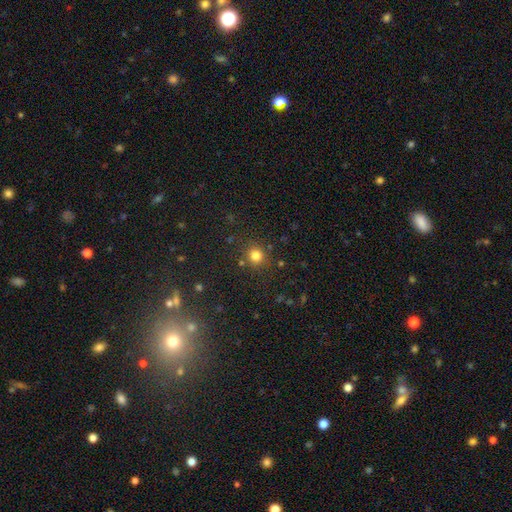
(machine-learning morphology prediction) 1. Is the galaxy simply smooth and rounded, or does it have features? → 80% smooth, 15% star or artifact, 5% featured or disk.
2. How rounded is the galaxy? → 91% round, 8% in between, 1% cigar-shaped.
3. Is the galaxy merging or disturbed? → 84% none, 8% minor disturbance, 4% merger, 3% major disturbance.